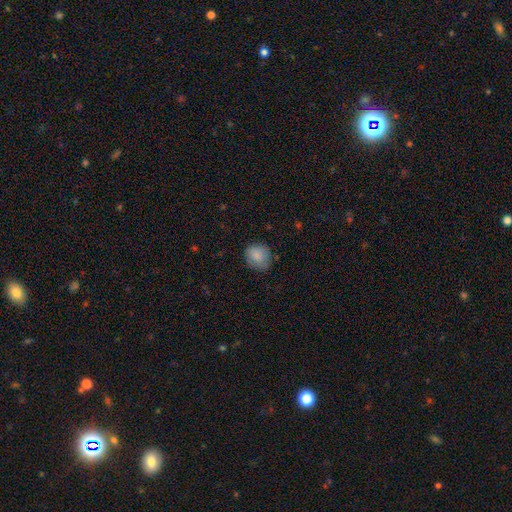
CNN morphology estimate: smooth-or-featured: smooth: 85% | star or artifact: 8% | featured or disk: 7%
  how-rounded: round: 74% | in between: 26% | cigar-shaped: 1%
  merging: none: 73% | minor disturbance: 21% | major disturbance: 5% | merger: 1%